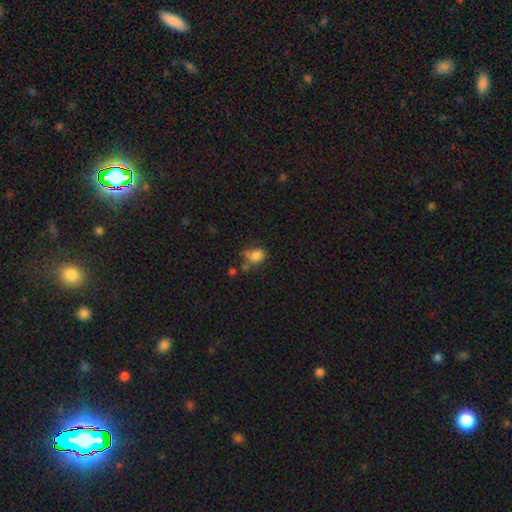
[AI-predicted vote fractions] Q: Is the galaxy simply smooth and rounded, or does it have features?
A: smooth — 80%.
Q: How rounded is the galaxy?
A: in between — 53%.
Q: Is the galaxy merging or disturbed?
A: none — 46%.